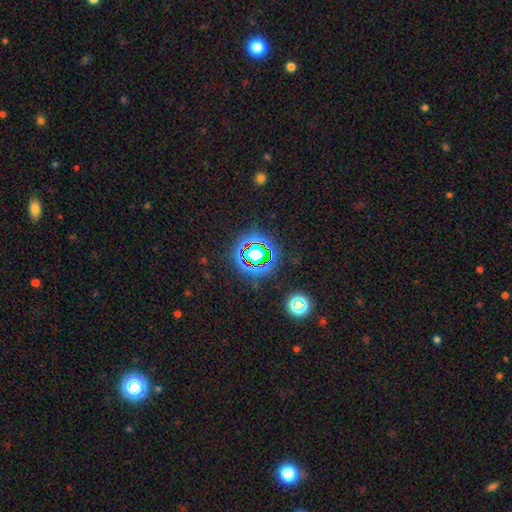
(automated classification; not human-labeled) Smooth or featured: star or artifact — 67% (smooth — 22%)